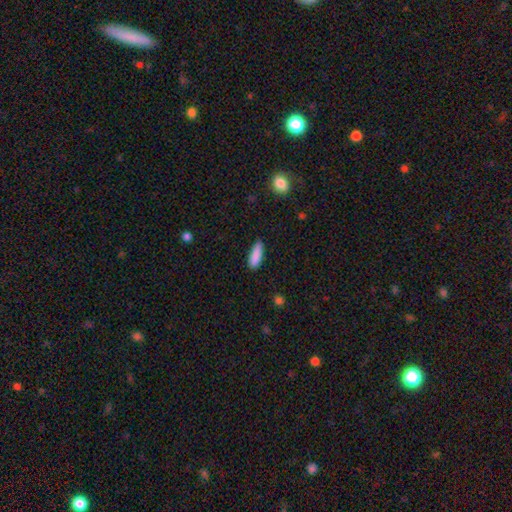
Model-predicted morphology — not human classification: Smooth or featured?
  - smooth: 88% *
  - star or artifact: 7%
  - featured or disk: 5%
How rounded?
  - cigar-shaped: 50% *
  - in between: 48%
  - round: 2%
Merging?
  - none: 82% *
  - minor disturbance: 14%
  - major disturbance: 2%
  - merger: 1%